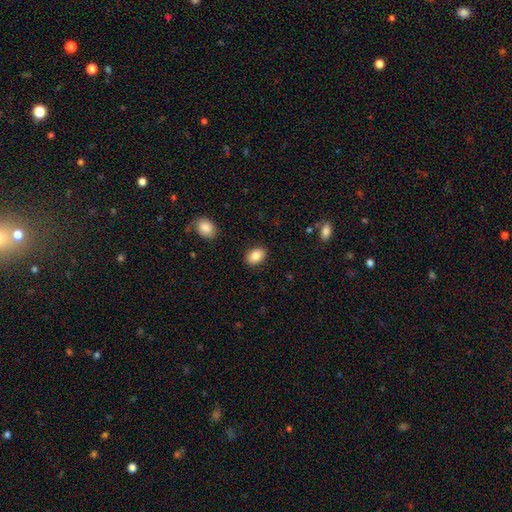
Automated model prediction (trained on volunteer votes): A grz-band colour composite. It shows a smooth galaxy with no disk features (85%) that is in between round and cigar-shaped (75%). Merging: none (88%).